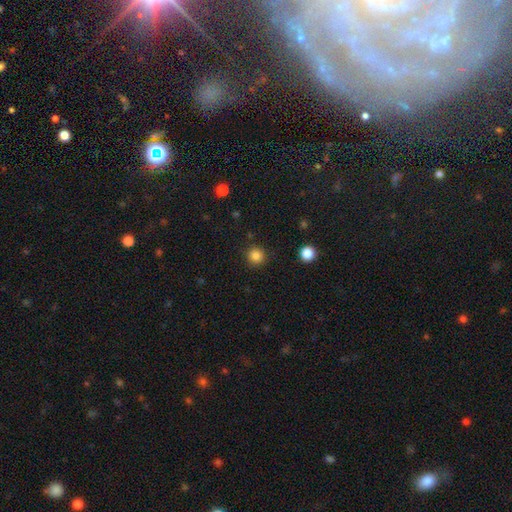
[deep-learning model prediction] Smooth or featured? Predicted: smooth (p=0.84). How rounded? Predicted: round (p=0.94). Merging? Predicted: none (p=0.90).